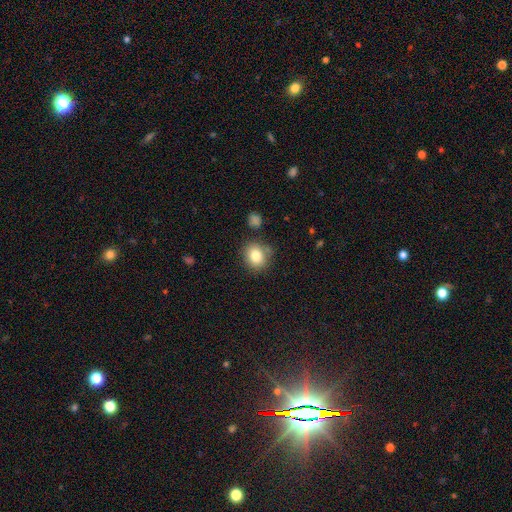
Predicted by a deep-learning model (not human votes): The model was most divided on "how rounded": round: 77%, in between: 22%, cigar-shaped: 1%. More confident: smooth or featured — smooth (82%); merging — none (79%).